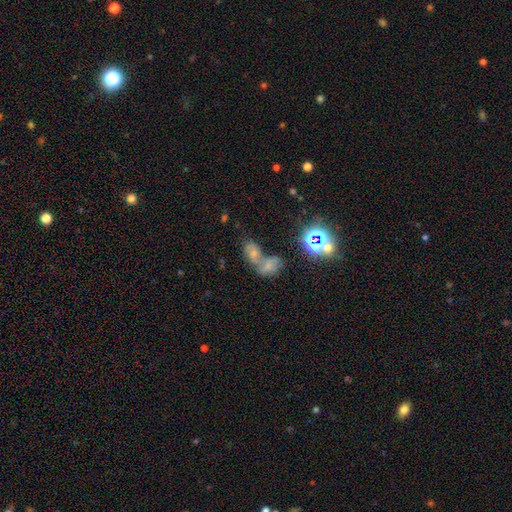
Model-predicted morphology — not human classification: Overall: star or artifact (40%; smooth 34%).